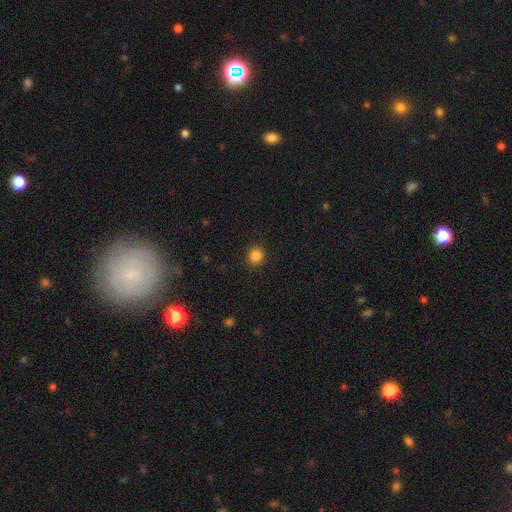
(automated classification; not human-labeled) Smooth or featured? smooth (85%)
How rounded? round (85%)
Merging? none (91%)